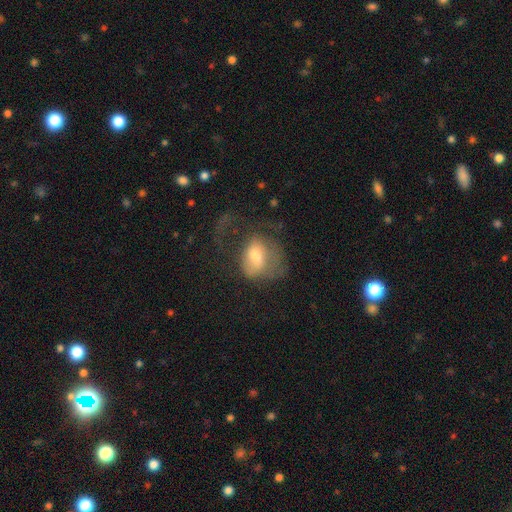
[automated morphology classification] Overall: smooth (51%; featured or disk 39%). How rounded: in between (59%; round 40%). Merging: major disturbance (56%; none 24%).